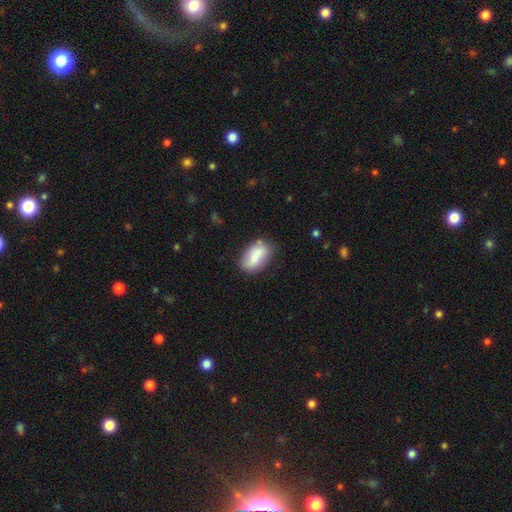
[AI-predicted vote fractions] A smooth galaxy with no disk features (71%) that is in between round and cigar-shaped (89%).

Vote fractions:
- Smooth or featured? smooth: 71% / featured or disk: 22% / star or artifact: 7%
- How rounded? in between: 89% / round: 6% / cigar-shaped: 5%
- Merging? none: 73% / minor disturbance: 18% / major disturbance: 5% / merger: 4%